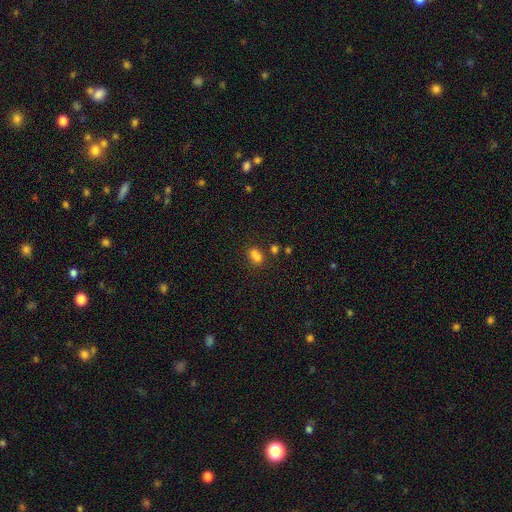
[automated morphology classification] type=smooth (73%); roundness=in between (58%); merging=none (42%, tied with merger).